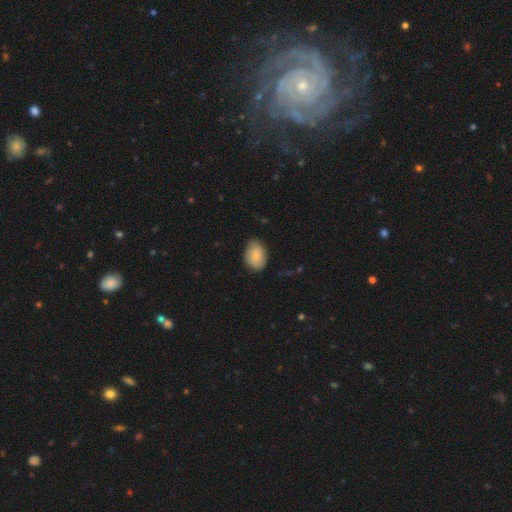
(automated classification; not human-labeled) Q: Smooth or featured?
A: smooth (81%); runner-up: featured or disk (13%)
Q: How rounded?
A: in between (83%); runner-up: round (16%)
Q: Merging?
A: none (76%); runner-up: minor disturbance (19%)